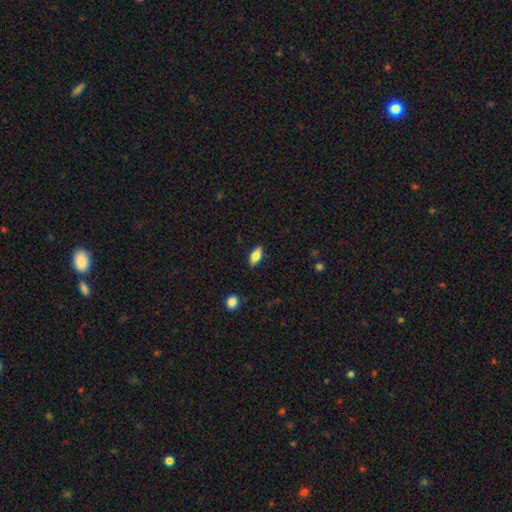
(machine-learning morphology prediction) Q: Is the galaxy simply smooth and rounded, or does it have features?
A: smooth — 64%.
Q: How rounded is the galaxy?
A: in between — 76%.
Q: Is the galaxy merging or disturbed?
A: none — 87%.